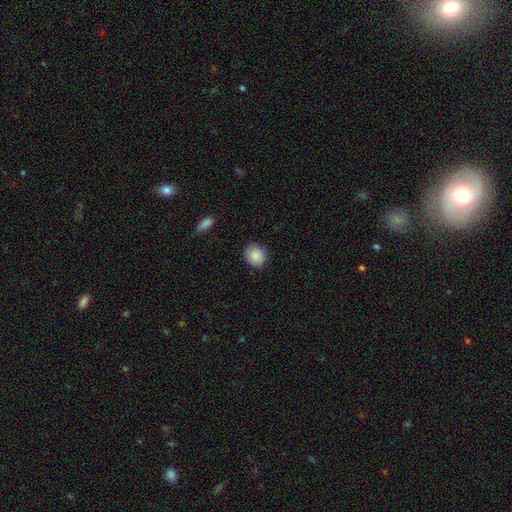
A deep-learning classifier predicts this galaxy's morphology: smooth-or-featured: smooth: 89% | star or artifact: 8% | featured or disk: 4%
  how-rounded: round: 74% | in between: 25% | cigar-shaped: 1%
  merging: none: 87% | minor disturbance: 9% | major disturbance: 2% | merger: 1%